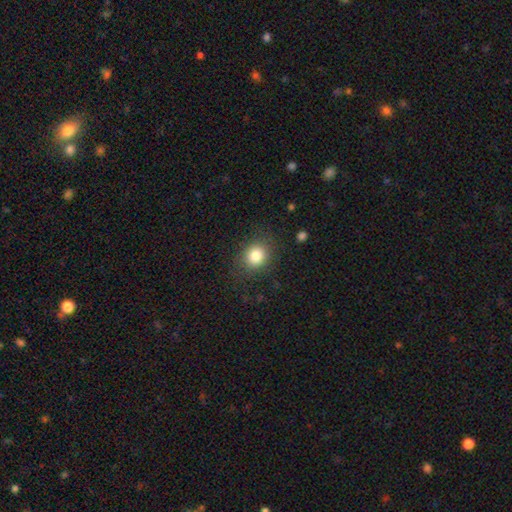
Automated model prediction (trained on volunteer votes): smooth 83%, star or artifact 11%, featured or disk 6%. Down the decision tree: how rounded — round (76%); merging — none (84%).